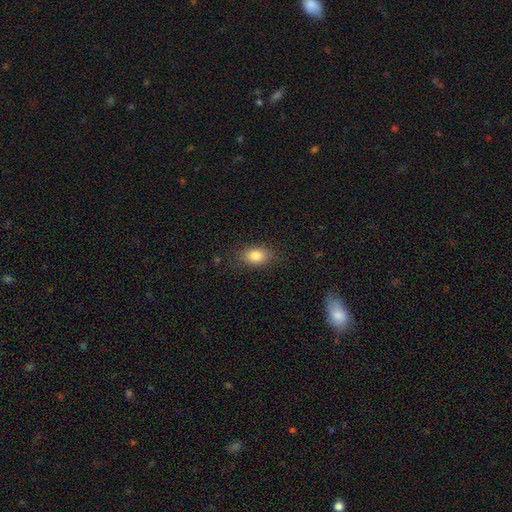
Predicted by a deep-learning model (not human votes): smooth-or-featured: smooth: 84% | star or artifact: 9% | featured or disk: 7%
  how-rounded: in between: 74% | round: 25% | cigar-shaped: 1%
  merging: none: 84% | minor disturbance: 12% | major disturbance: 3% | merger: 1%